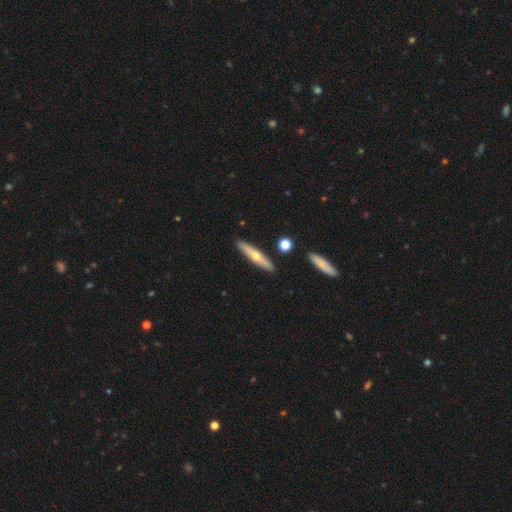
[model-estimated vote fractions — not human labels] smooth_or_featured: featured or disk (p=0.48) [alt: smooth p=0.46]
merging: none (p=0.89) [alt: minor disturbance p=0.07]